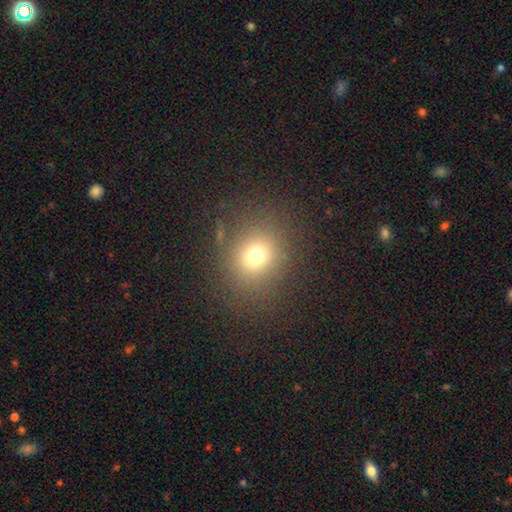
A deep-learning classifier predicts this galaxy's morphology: This is likely a smooth galaxy (71%). How rounded: likely round (78%). Merging: clearly none (84%).